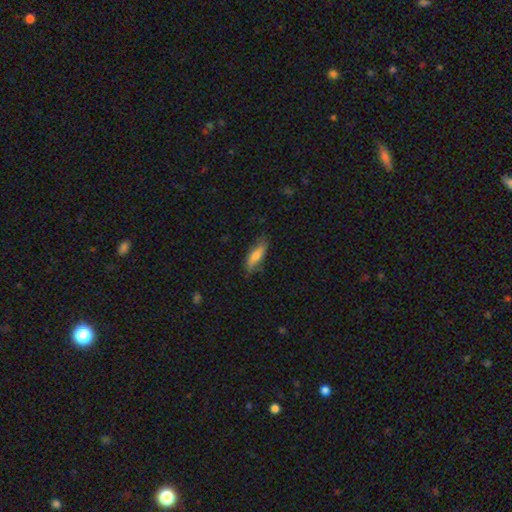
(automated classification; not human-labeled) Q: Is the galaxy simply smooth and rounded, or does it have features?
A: smooth — 68%.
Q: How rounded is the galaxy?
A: in between — 57%.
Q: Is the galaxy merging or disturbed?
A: none — 70%.